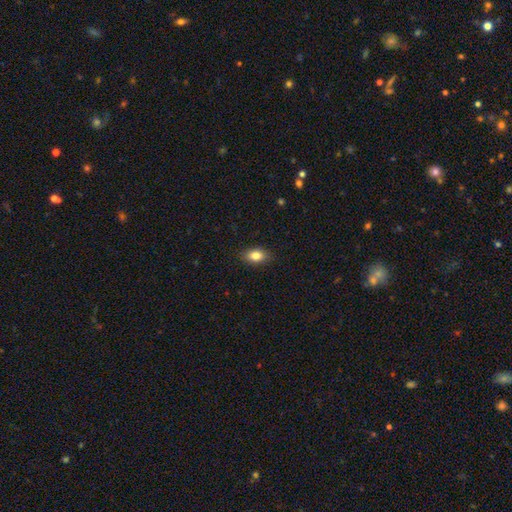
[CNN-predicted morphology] smooth_or_featured: smooth (p=0.83) [alt: star or artifact p=0.08]
how_rounded: in between (p=0.86) [alt: round p=0.11]
merging: none (p=0.88) [alt: minor disturbance p=0.09]